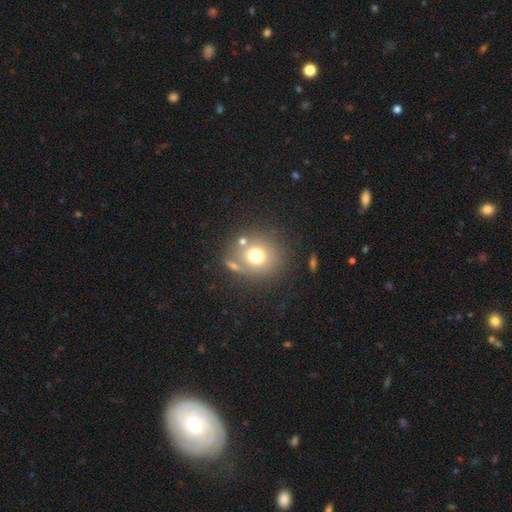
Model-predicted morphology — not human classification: Smooth or featured: smooth — 70% (featured or disk — 16%)
How rounded: round — 83% (in between — 16%)
Merging: none — 70% (merger — 13%)